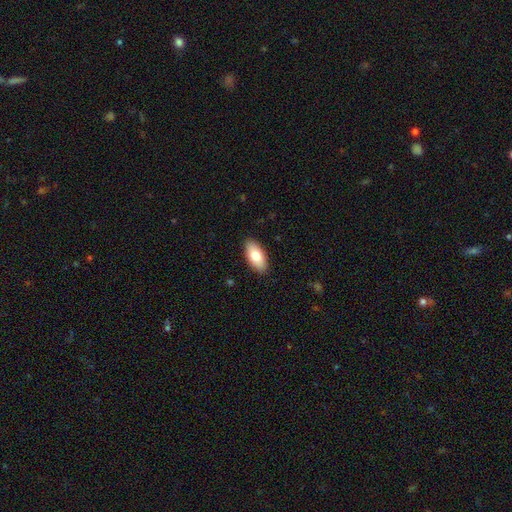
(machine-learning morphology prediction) Smooth or featured? smooth (79%)
How rounded? in between (92%)
Merging? none (89%)